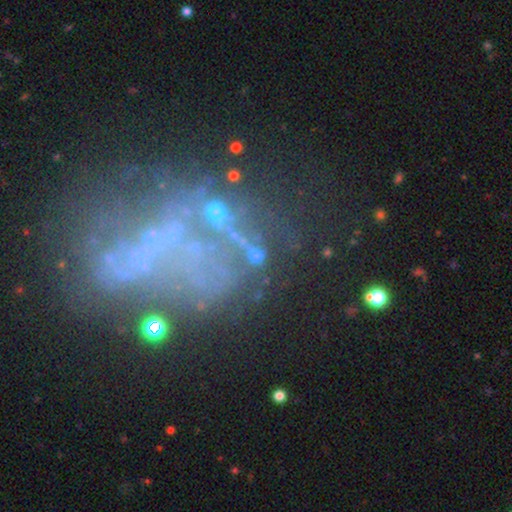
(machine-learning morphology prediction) Smooth or featured? star or artifact (40%)